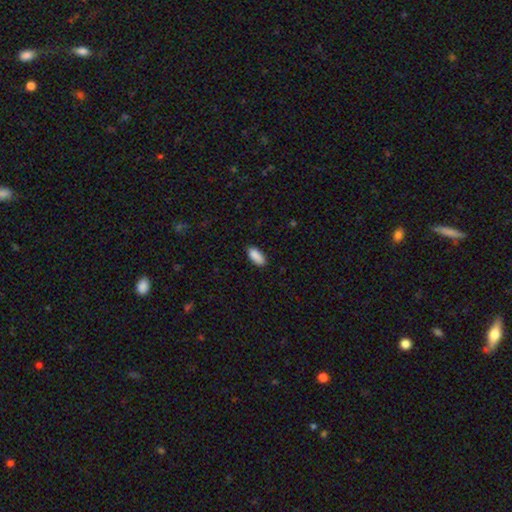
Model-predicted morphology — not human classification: smooth_or_featured: smooth (p=0.90) [alt: star or artifact p=0.07]
how_rounded: in between (p=0.84) [alt: cigar-shaped p=0.14]
merging: none (p=0.84) [alt: minor disturbance p=0.12]